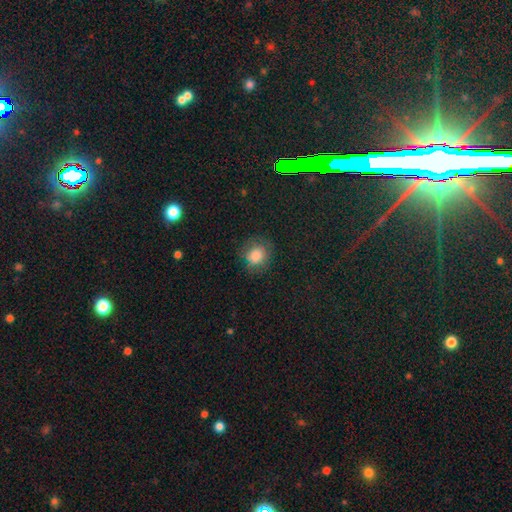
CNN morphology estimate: This is clearly a smooth galaxy (81%). How rounded: likely round (77%). Merging: likely none (74%).